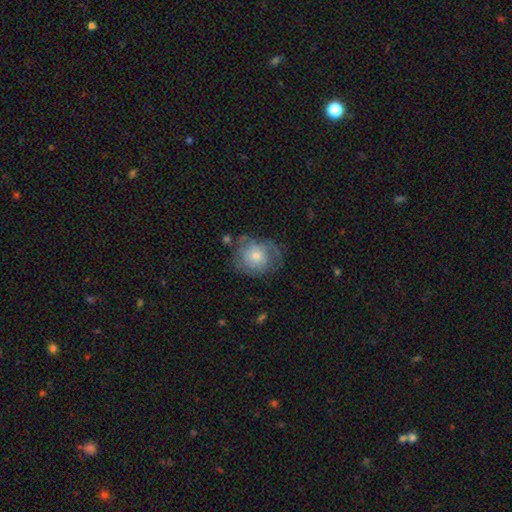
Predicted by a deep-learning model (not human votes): This is possibly a featured or disk galaxy (47%). Merging: possibly none (59%).